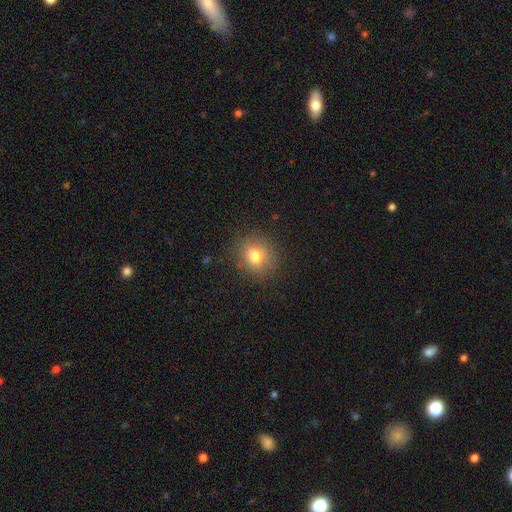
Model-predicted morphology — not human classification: smooth 77%, star or artifact 13%, featured or disk 10%. Down the decision tree: how rounded — round (74%); merging — none (85%).